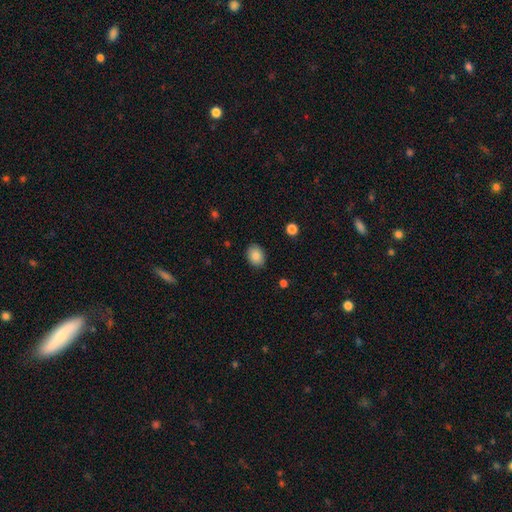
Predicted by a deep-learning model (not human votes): This is clearly a smooth galaxy (86%). How rounded: likely in between (63%). Merging: clearly none (87%).